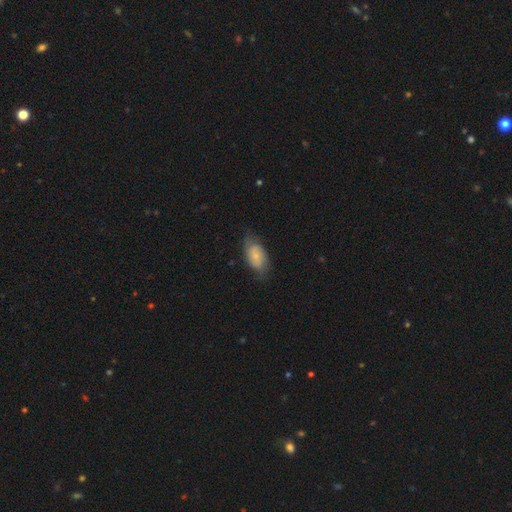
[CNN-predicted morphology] Q: Smooth or featured?
A: smooth (65%); runner-up: featured or disk (28%)
Q: How rounded?
A: in between (92%); runner-up: round (5%)
Q: Merging?
A: none (67%); runner-up: minor disturbance (25%)